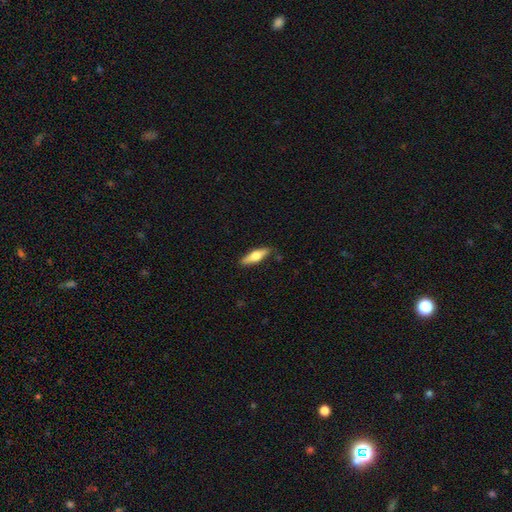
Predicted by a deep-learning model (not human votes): Q: Smooth or featured?
A: smooth (52%); runner-up: featured or disk (43%)
Q: How rounded?
A: cigar-shaped (57%); runner-up: in between (40%)
Q: Merging?
A: none (86%); runner-up: minor disturbance (11%)